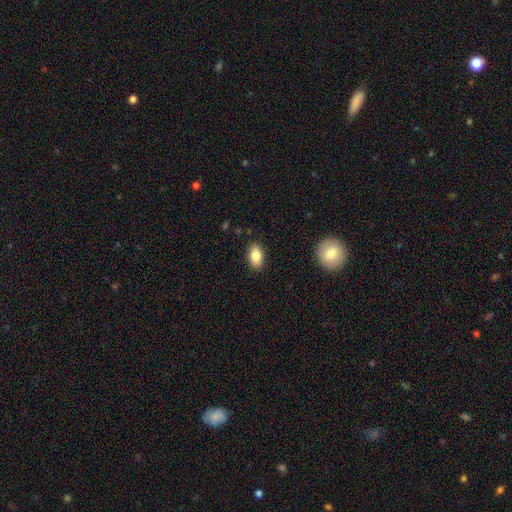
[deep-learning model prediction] This is clearly a smooth galaxy (84%). How rounded: clearly in between (90%). Merging: clearly none (88%).